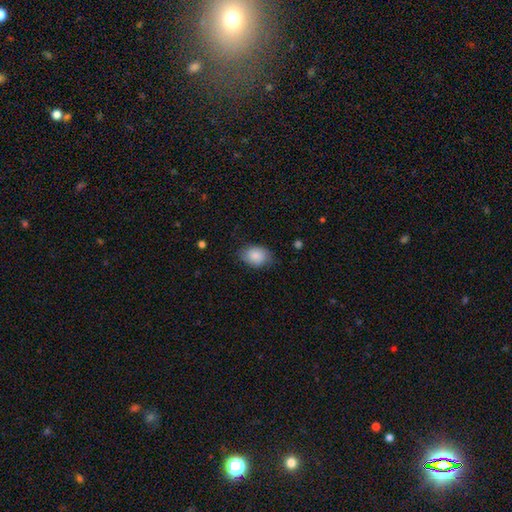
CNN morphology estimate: smooth 85%, featured or disk 9%, star or artifact 7%. Down the decision tree: how rounded — in between (74%); merging — none (73%).